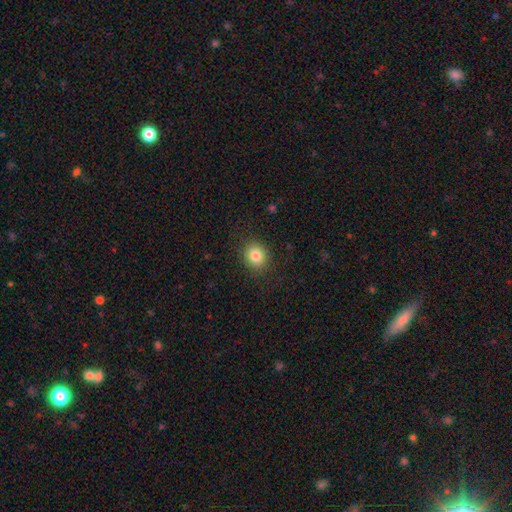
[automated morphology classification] Smooth or featured: smooth — 83% (star or artifact — 11%)
How rounded: round — 76% (in between — 23%)
Merging: none — 88% (minor disturbance — 8%)